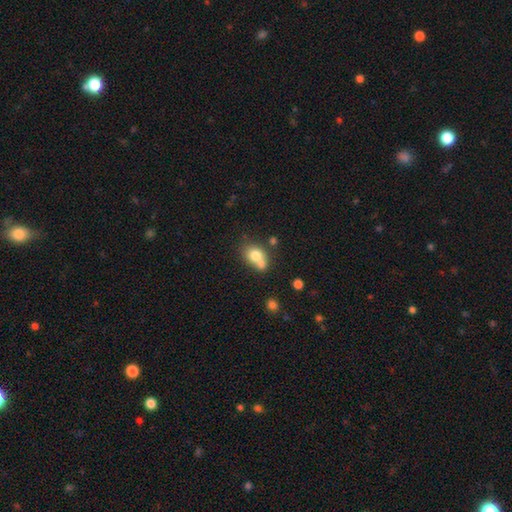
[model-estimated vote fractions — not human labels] Smooth or featured? Predicted: smooth (p=0.75). How rounded? Predicted: round (p=0.53). Merging? Predicted: merger (p=0.44).